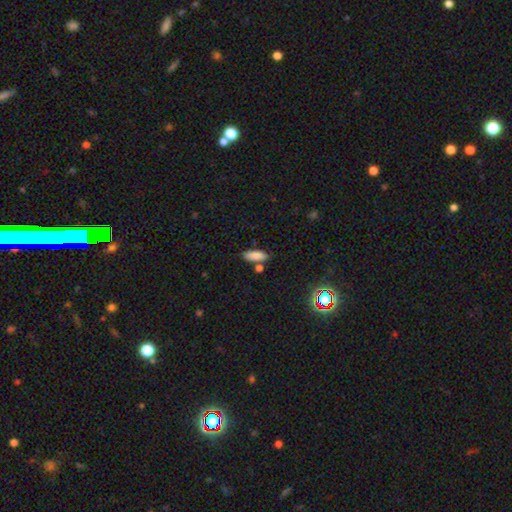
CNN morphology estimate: Smooth or featured? Predicted: smooth (p=0.85). How rounded? Predicted: in between (p=0.72). Merging? Predicted: none (p=0.73).